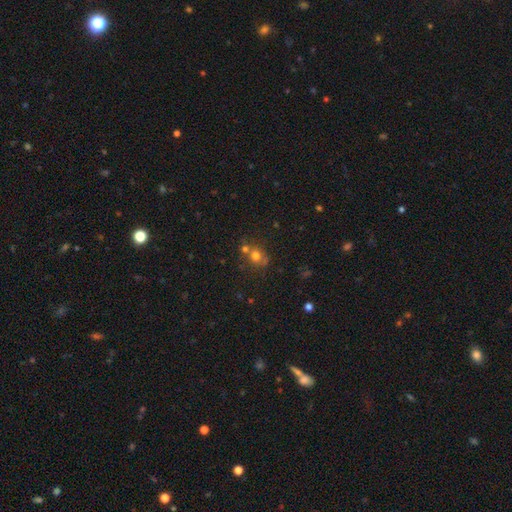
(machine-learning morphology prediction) type=smooth (70%); roundness=round (76%); merging=none (51%).